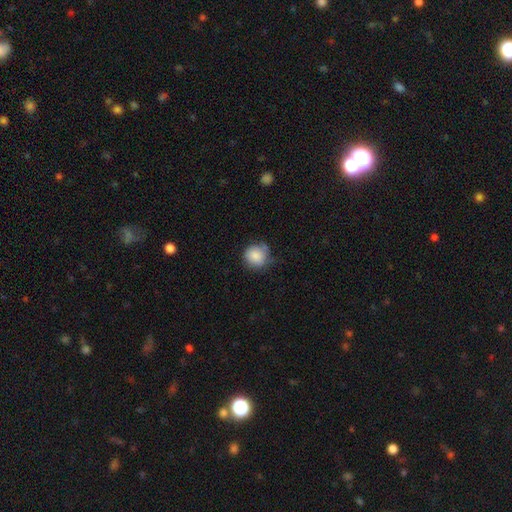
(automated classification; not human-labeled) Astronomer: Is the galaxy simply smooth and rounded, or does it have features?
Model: smooth — 85%.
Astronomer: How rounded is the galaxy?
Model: round — 88%.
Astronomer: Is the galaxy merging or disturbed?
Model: none — 63%.